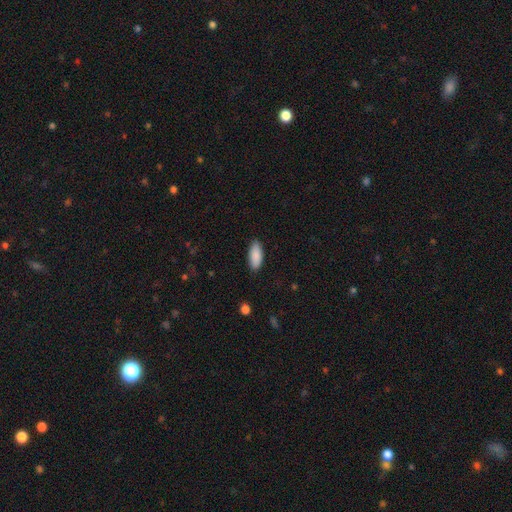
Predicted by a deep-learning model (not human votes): This is clearly a smooth galaxy (90%). How rounded: clearly in between (84%). Merging: clearly none (87%).